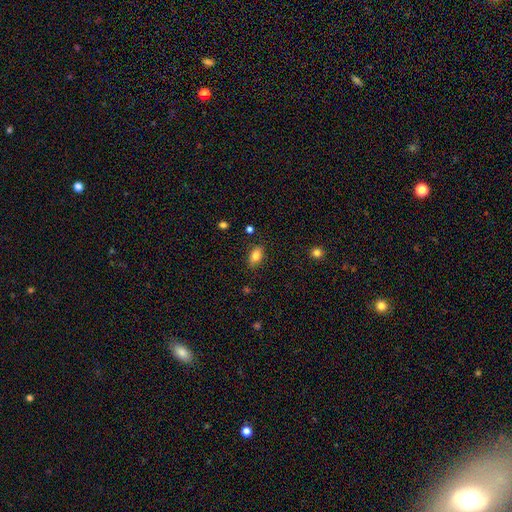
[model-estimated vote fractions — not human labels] This appears to be a smooth galaxy with no disk features (82%) that is in between round and cigar-shaped (87%). Merging: none (84%).